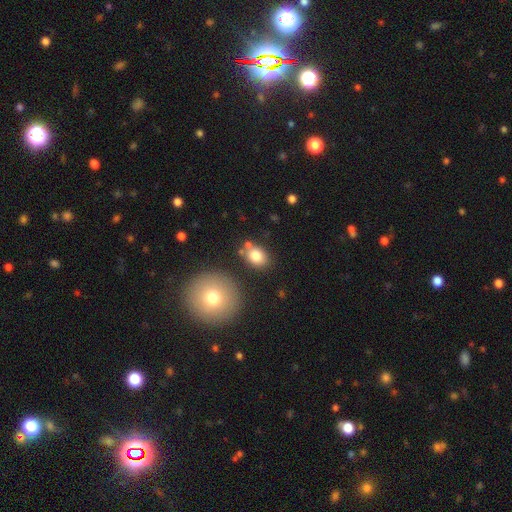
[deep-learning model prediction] Q: Smooth or featured?
A: smooth (80%); runner-up: featured or disk (11%)
Q: How rounded?
A: in between (65%); runner-up: round (34%)
Q: Merging?
A: none (69%); runner-up: minor disturbance (14%)